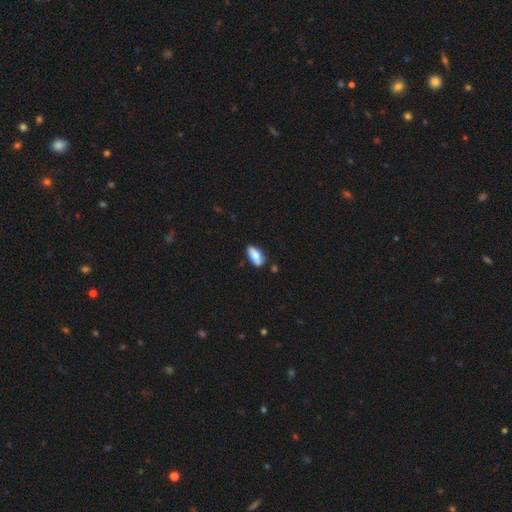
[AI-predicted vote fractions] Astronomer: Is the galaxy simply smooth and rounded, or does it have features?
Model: smooth — 68%.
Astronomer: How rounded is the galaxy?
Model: in between — 88%.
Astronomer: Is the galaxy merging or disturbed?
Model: none — 70%.